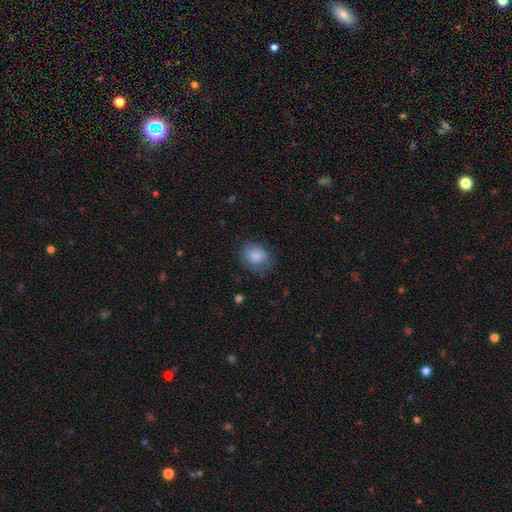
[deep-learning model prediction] smooth 82%, featured or disk 10%, star or artifact 8%. Down the decision tree: how rounded — round (51%); merging — none (70%).